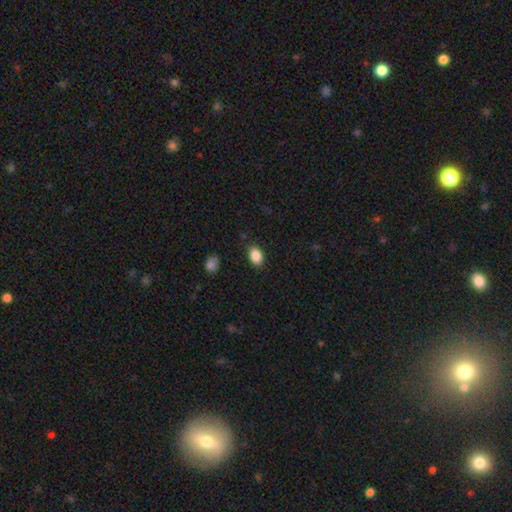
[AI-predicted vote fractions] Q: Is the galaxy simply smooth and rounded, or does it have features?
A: smooth — 88%.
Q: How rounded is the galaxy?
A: in between — 87%.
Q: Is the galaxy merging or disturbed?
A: none — 82%.